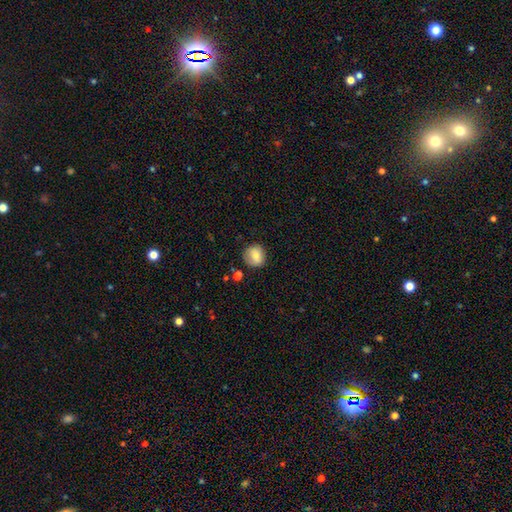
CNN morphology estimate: type=smooth (77%); roundness=round (83%); merging=none (76%).